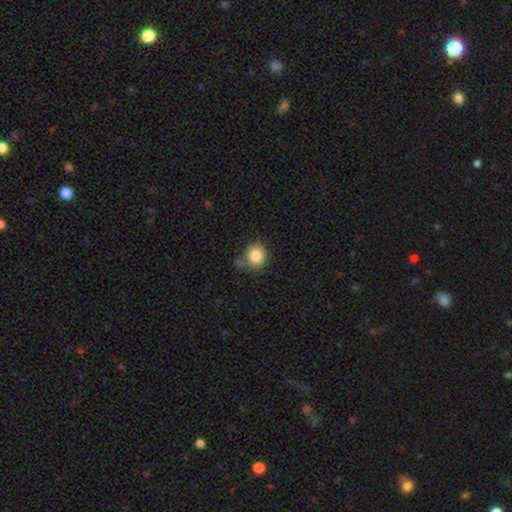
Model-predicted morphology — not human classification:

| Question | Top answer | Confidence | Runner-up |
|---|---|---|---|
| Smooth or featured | smooth | 84% | star or artifact (9%) |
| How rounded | round | 75% | in between (24%) |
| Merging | none | 67% | minor disturbance (18%) |